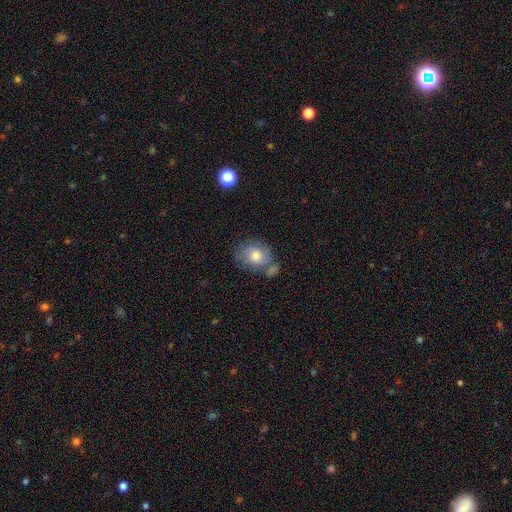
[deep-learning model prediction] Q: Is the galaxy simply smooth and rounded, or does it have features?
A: smooth — 74%.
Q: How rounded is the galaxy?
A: round — 62%.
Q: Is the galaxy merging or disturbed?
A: none — 56%.